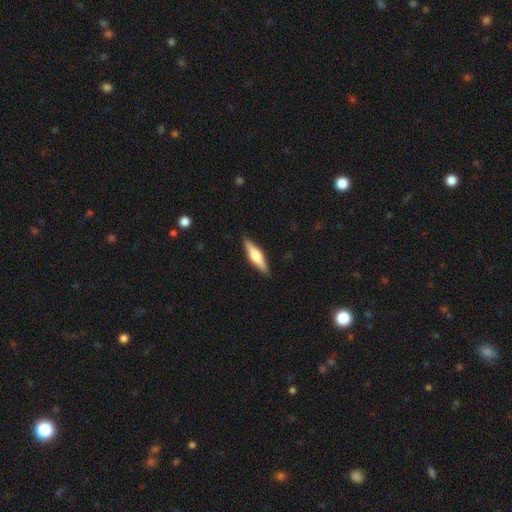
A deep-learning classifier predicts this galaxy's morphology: smooth-or-featured: smooth: 48% | featured or disk: 46% | star or artifact: 5%
  merging: none: 89% | minor disturbance: 8% | major disturbance: 2% | merger: 1%